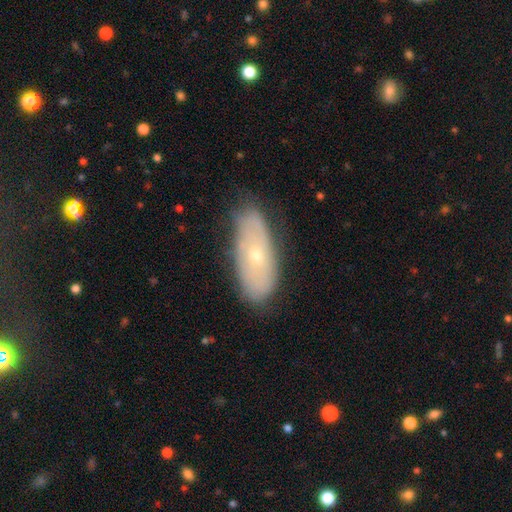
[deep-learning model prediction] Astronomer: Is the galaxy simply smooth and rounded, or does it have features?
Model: featured or disk — 49% (runner-up: smooth, 43%).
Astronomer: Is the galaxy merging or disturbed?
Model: none — 76%.